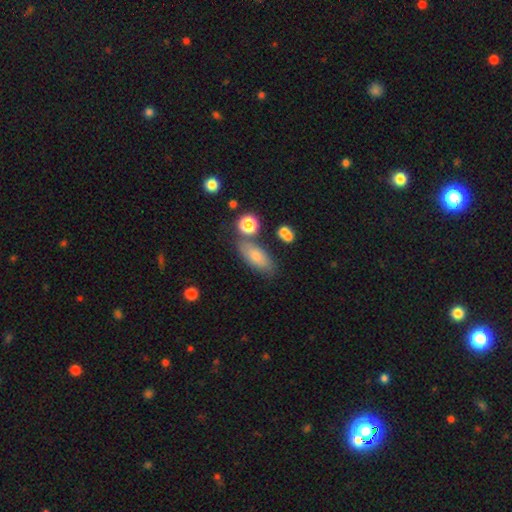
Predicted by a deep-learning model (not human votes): A smooth galaxy with no disk features (75%) that is in between round and cigar-shaped (76%).

Vote fractions:
- Smooth or featured? smooth: 75% / featured or disk: 16% / star or artifact: 9%
- How rounded? in between: 76% / cigar-shaped: 19% / round: 5%
- Merging? none: 73% / minor disturbance: 14% / merger: 8% / major disturbance: 4%